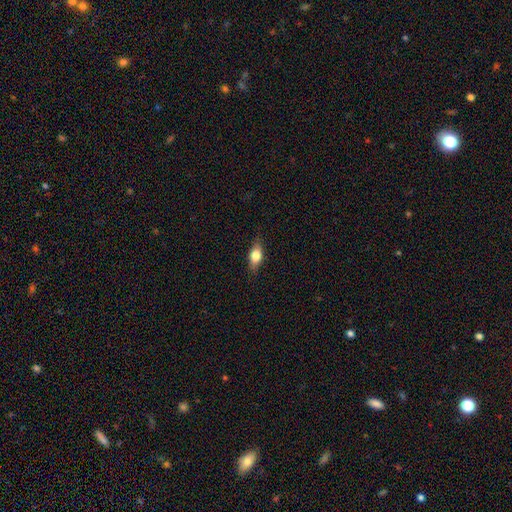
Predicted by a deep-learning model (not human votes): smooth-or-featured: smooth: 66% | featured or disk: 26% | star or artifact: 8%
  how-rounded: in between: 76% | cigar-shaped: 17% | round: 8%
  merging: none: 84% | minor disturbance: 13% | major disturbance: 3% | merger: 1%